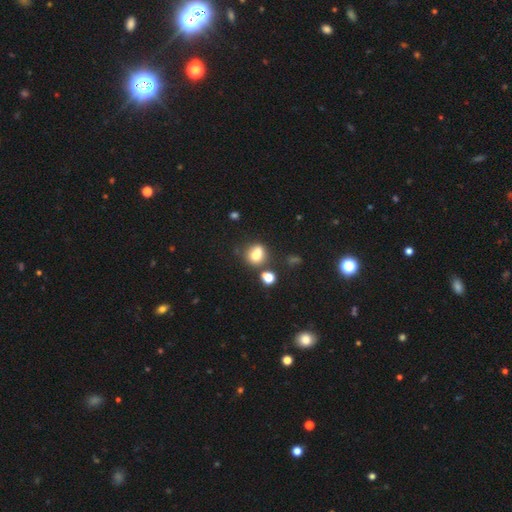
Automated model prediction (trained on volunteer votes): This appears to be a smooth galaxy with no disk features (70%) that is round (65%). Merging: none (46%).